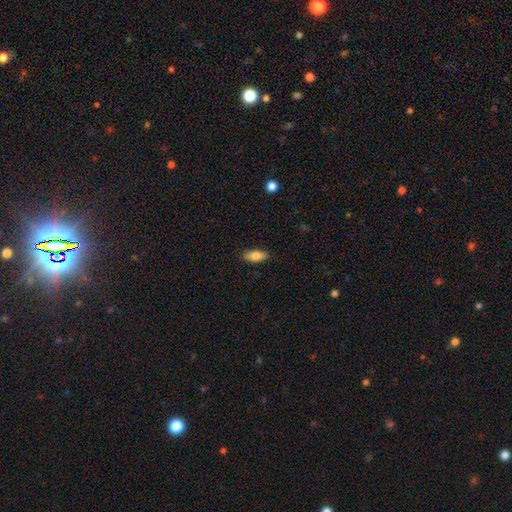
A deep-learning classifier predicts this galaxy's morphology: type=smooth (81%); roundness=in between (83%); merging=none (89%).